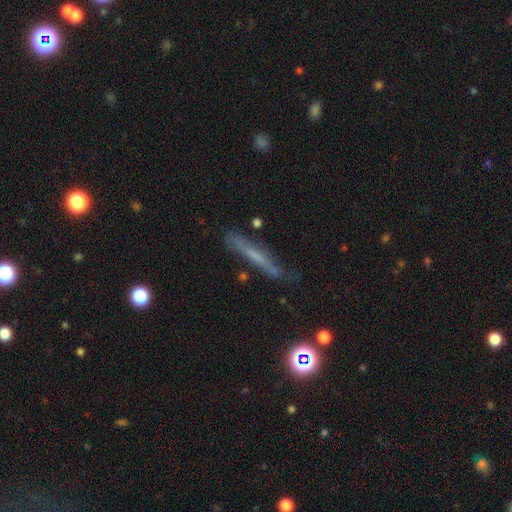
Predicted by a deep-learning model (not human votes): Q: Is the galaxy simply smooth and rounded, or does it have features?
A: featured or disk — 45%.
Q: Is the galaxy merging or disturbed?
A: none — 70%.